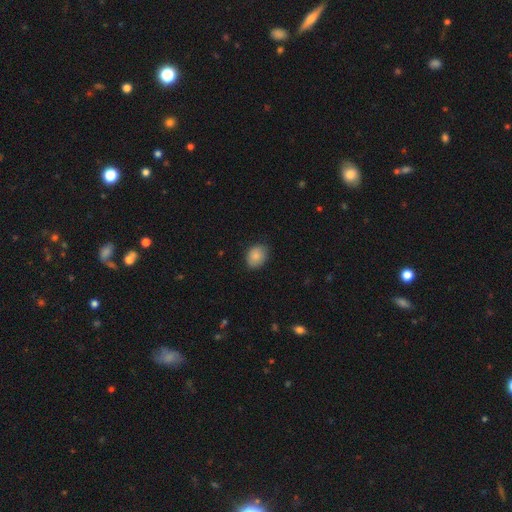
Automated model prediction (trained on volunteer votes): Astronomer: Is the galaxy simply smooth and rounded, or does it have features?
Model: smooth — 87%.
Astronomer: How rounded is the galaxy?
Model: in between — 59% (runner-up: round, 40%).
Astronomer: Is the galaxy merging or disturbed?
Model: none — 83%.